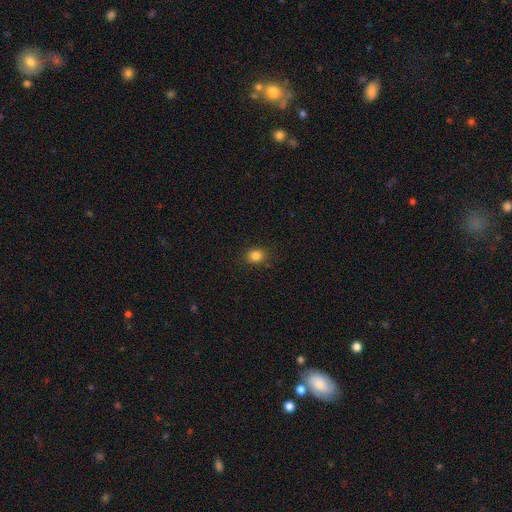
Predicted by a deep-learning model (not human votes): Smooth or featured?
  - smooth: 84% *
  - star or artifact: 11%
  - featured or disk: 5%
How rounded?
  - round: 62% *
  - in between: 37%
  - cigar-shaped: 1%
Merging?
  - none: 88% *
  - minor disturbance: 9%
  - major disturbance: 2%
  - merger: 1%